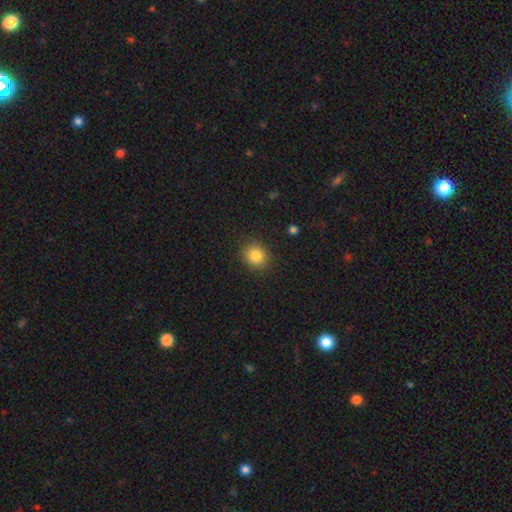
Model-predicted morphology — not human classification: type=smooth (84%); roundness=round (75%); merging=none (89%).